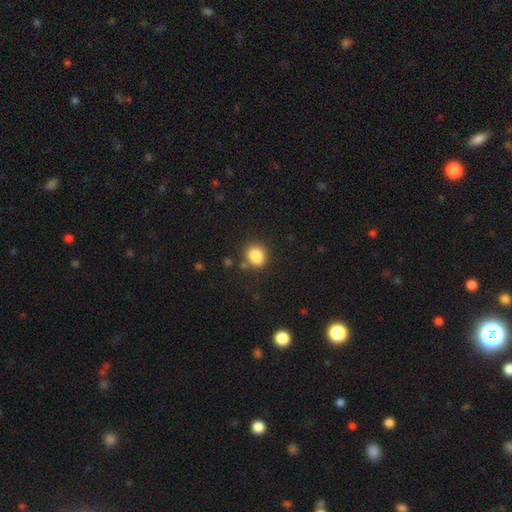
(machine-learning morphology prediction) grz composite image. It shows a smooth galaxy with no disk features (85%) that is round (70%). Merging: none (75%).